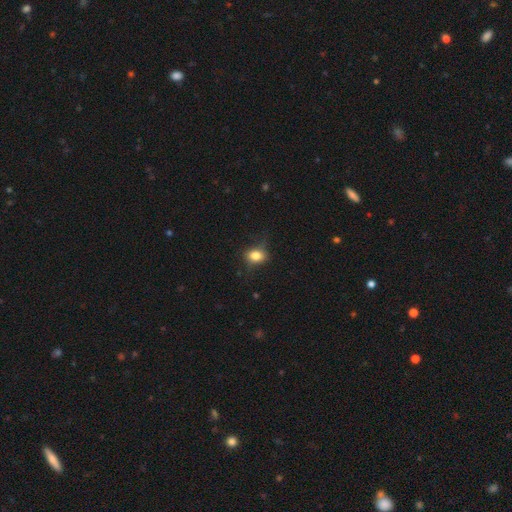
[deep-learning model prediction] Smooth or featured? Predicted: smooth (p=0.79). How rounded? Predicted: in between (p=0.58). Merging? Predicted: none (p=0.65).